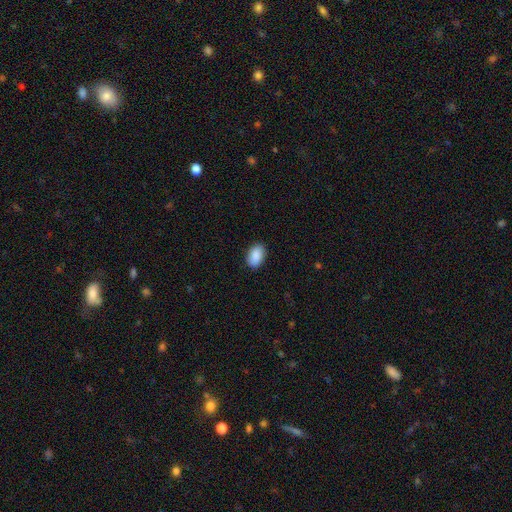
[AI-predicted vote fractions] A smooth galaxy with no disk features (89%) that is in between round and cigar-shaped (90%).

Vote fractions:
- Smooth or featured? smooth: 89% / star or artifact: 7% / featured or disk: 4%
- How rounded? in between: 90% / round: 9% / cigar-shaped: 1%
- Merging? none: 89% / minor disturbance: 8% / major disturbance: 2% / merger: 1%